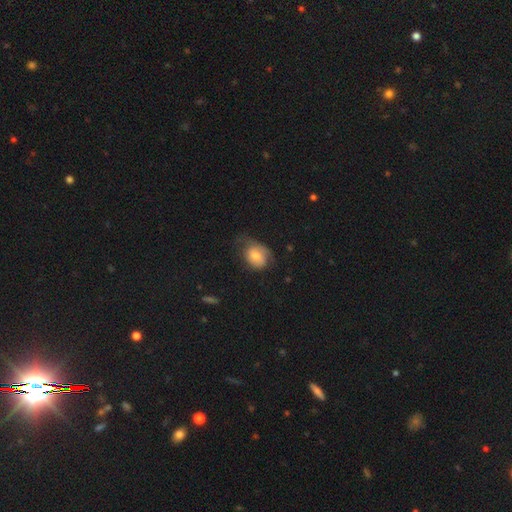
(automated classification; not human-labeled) smooth-or-featured: smooth: 59% | featured or disk: 34% | star or artifact: 7%
  how-rounded: in between: 59% | round: 40% | cigar-shaped: 1%
  merging: none: 41% | minor disturbance: 34% | major disturbance: 23% | merger: 2%